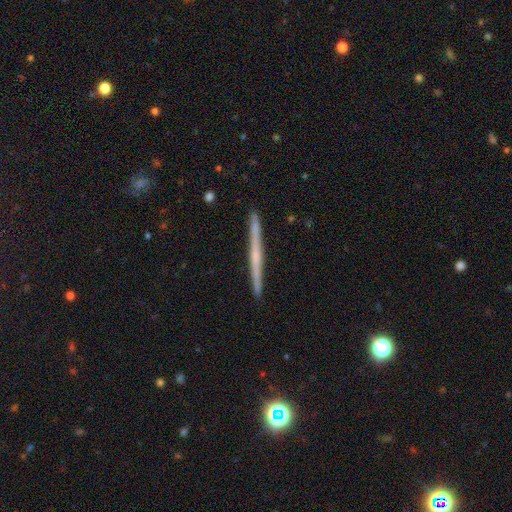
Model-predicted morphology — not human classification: smooth-or-featured: featured or disk: 63% | smooth: 30% | star or artifact: 6%
  disk-edge-on: yes: 98% | no: 2%
    edge-on-bulge: none: 67% | rounded: 27% | boxy: 6%
  merging: none: 92% | minor disturbance: 5% | major disturbance: 1% | merger: 1%